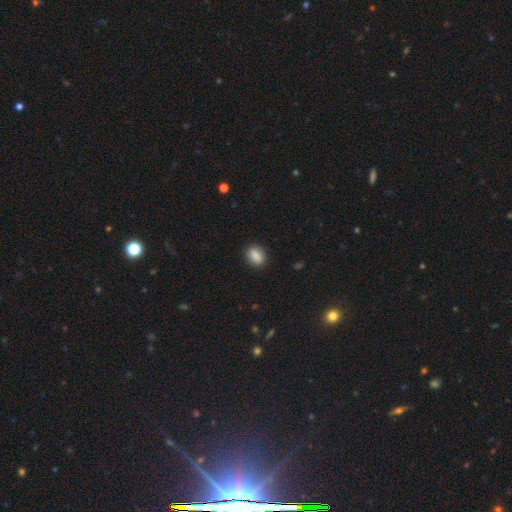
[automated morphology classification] The model was most divided on "how rounded": in between: 68%, round: 30%, cigar-shaped: 3%. More confident: merging — none (88%); smooth or featured — smooth (86%).